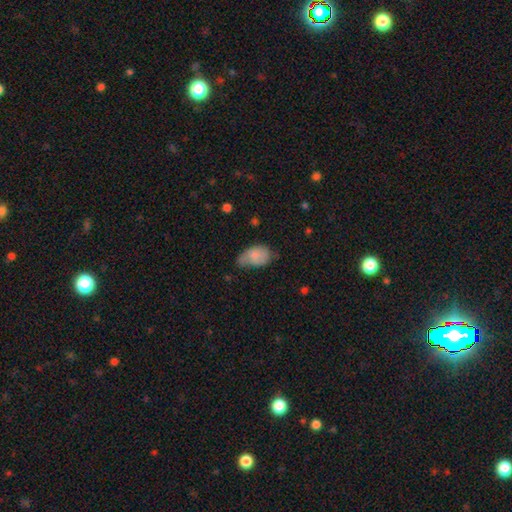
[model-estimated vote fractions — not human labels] Overall: smooth (74%). How rounded: in between (88%). Merging: minor disturbance (44%; none 32%).